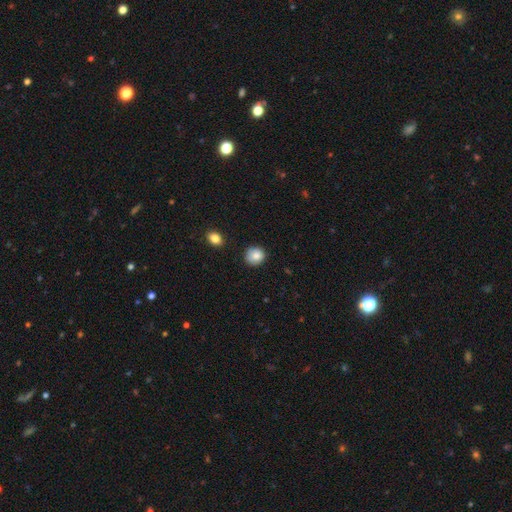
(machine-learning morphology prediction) smooth-or-featured: smooth: 84% | star or artifact: 9% | featured or disk: 7%
  how-rounded: round: 87% | in between: 12% | cigar-shaped: 1%
  merging: none: 80% | minor disturbance: 15% | major disturbance: 3% | merger: 2%